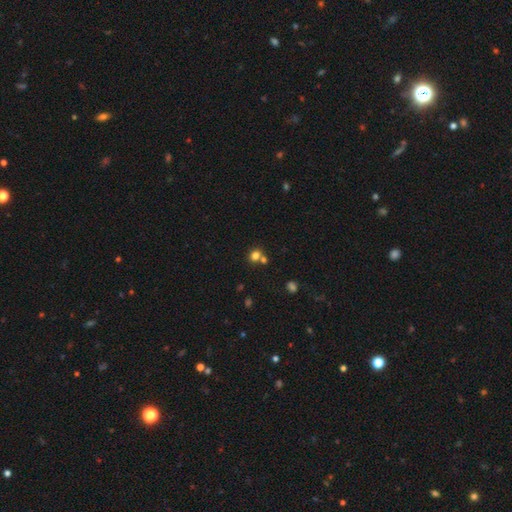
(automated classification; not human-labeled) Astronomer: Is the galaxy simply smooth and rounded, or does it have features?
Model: smooth — 77%.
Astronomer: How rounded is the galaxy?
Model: round — 75%.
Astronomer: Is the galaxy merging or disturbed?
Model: none — 56% (runner-up: merger, 33%).